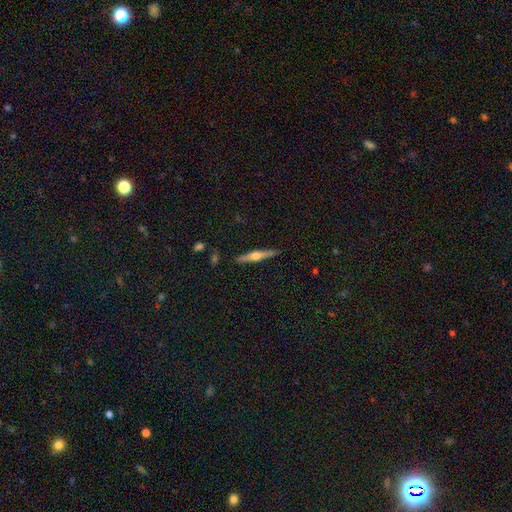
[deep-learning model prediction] Smooth or featured: featured or disk — 70% (smooth — 25%)
Edge-on disk: yes — 98% (no — 2%)
Edge-on bulge: rounded — 91% (boxy — 5%)
Merging: none — 89% (minor disturbance — 8%)